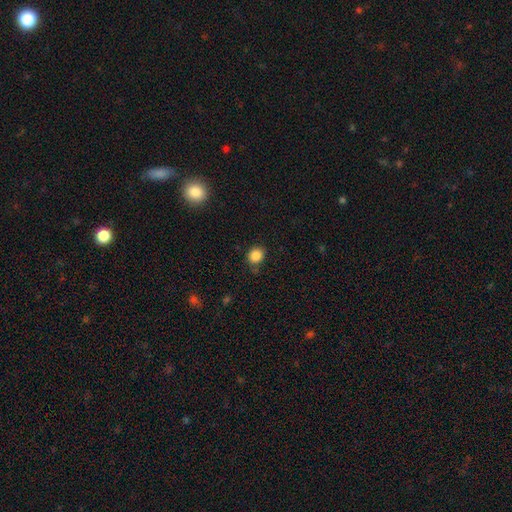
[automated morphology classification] Overall: smooth (85%). How rounded: round (74%). Merging: none (79%).